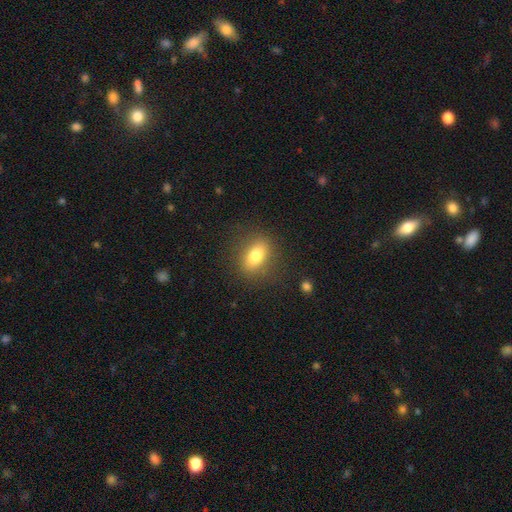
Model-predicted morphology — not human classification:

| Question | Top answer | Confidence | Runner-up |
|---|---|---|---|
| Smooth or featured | smooth | 77% | featured or disk (13%) |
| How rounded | in between | 77% | round (18%) |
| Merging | none | 83% | minor disturbance (11%) |